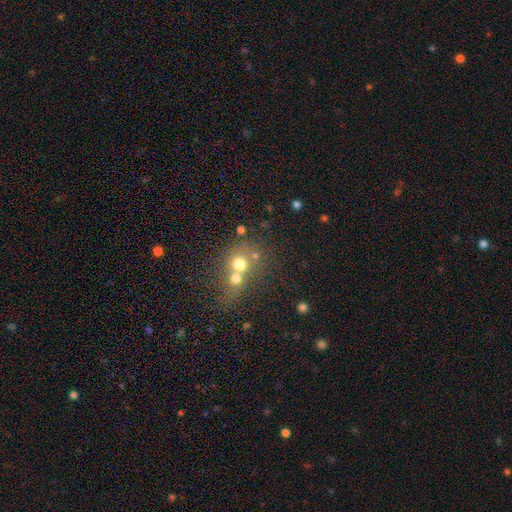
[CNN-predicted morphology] The model was most divided on "merging": merger: 61%, none: 29%, minor disturbance: 6%, major disturbance: 4%. More confident: how rounded — round (77%); smooth or featured — smooth (58%).